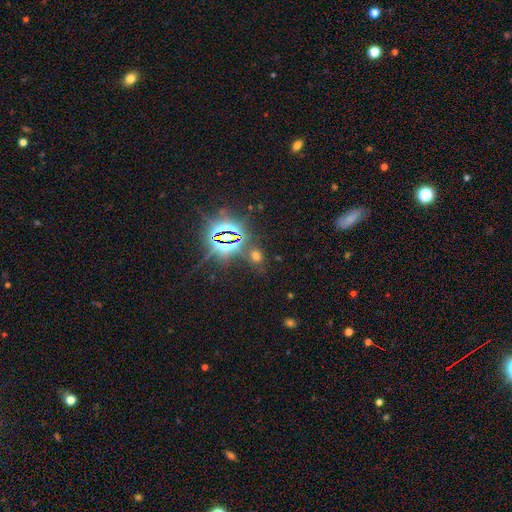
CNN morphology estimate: smooth-or-featured: star or artifact: 51% | smooth: 41% | featured or disk: 8%